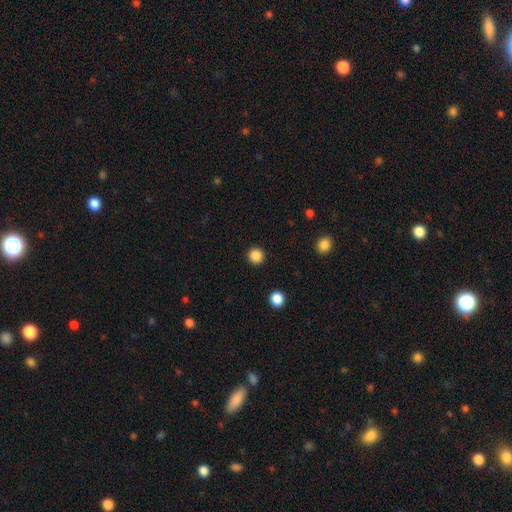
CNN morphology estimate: This appears to be a smooth galaxy with no disk features (87%) that is round (95%). Merging: none (93%).